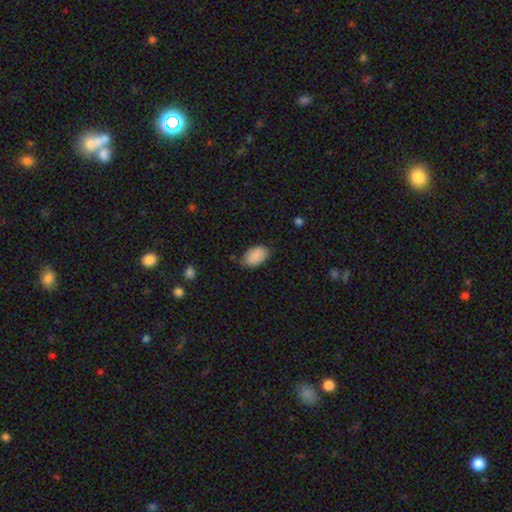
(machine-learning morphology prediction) type=smooth (89%); roundness=in between (91%); merging=none (70%).